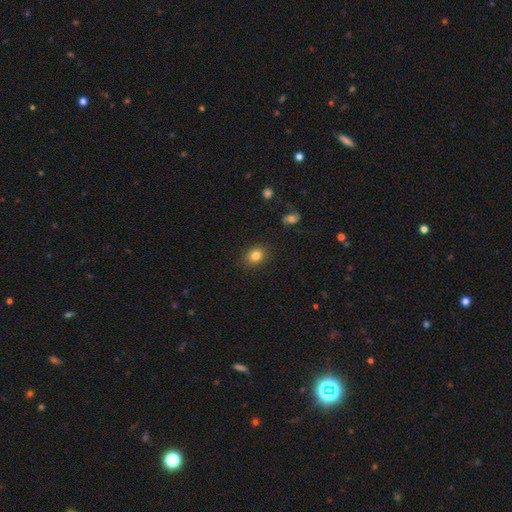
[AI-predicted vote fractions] A smooth galaxy with no disk features (83%) that is round (53%).

Vote fractions:
- Smooth or featured? smooth: 83% / star or artifact: 11% / featured or disk: 7%
- How rounded? round: 53% / in between: 46% / cigar-shaped: 1%
- Merging? none: 88% / minor disturbance: 9% / major disturbance: 2% / merger: 1%